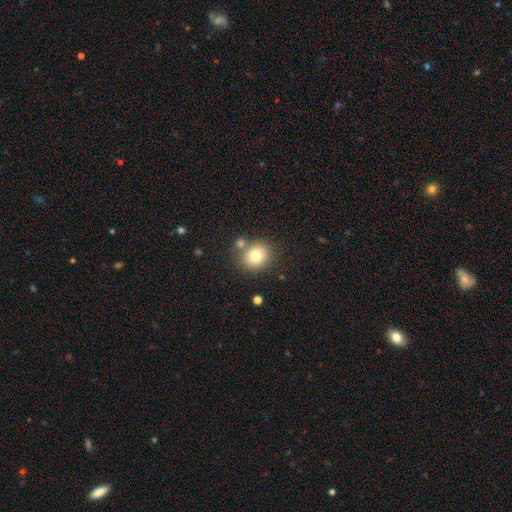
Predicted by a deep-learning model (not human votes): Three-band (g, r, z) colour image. It shows a smooth galaxy with no disk features (77%) that is round (77%). Merging: none (71%).